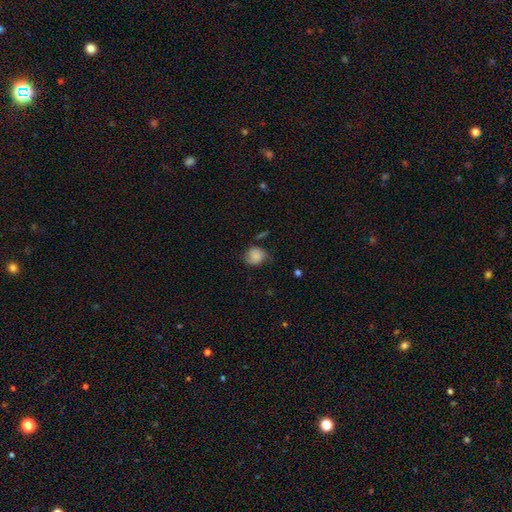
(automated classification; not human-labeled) smooth-or-featured: smooth: 77% | featured or disk: 14% | star or artifact: 9%
  how-rounded: round: 68% | in between: 31% | cigar-shaped: 1%
  merging: none: 55% | minor disturbance: 32% | major disturbance: 10% | merger: 3%